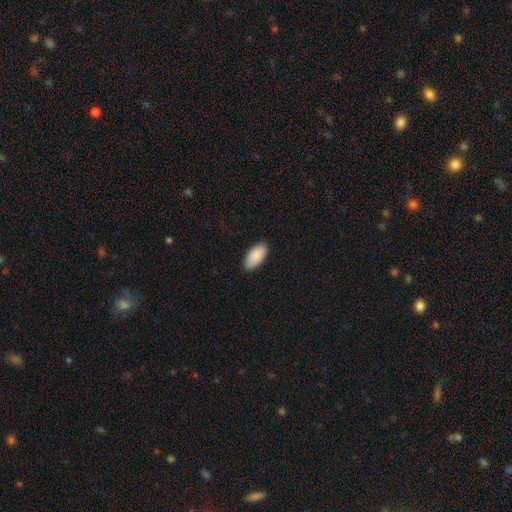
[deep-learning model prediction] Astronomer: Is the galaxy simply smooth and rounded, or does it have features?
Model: smooth — 90%.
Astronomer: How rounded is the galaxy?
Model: in between — 95%.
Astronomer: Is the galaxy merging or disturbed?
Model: none — 89%.